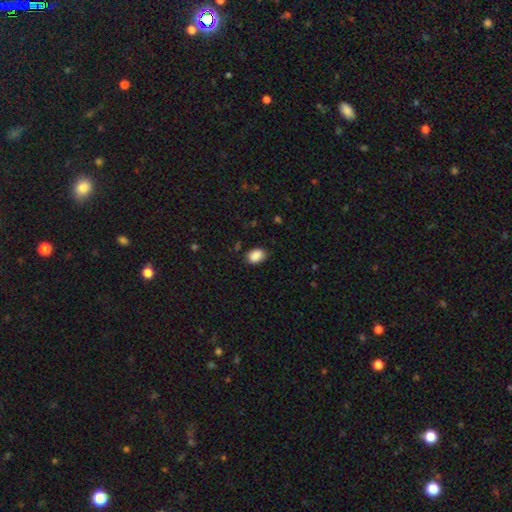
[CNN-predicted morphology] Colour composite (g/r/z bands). It shows a smooth galaxy with no disk features (89%) that is in between round and cigar-shaped (77%). Merging: none (83%).